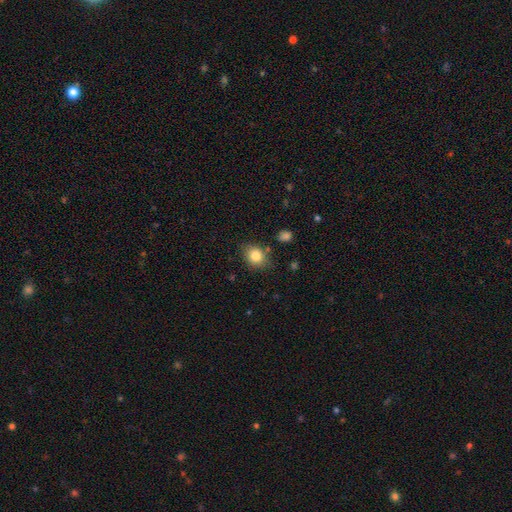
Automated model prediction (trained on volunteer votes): Morphology: type=smooth (82%); roundness=round (56%); merging=none (77%).